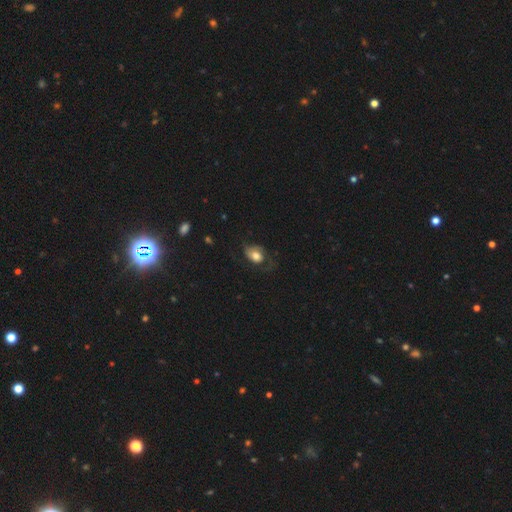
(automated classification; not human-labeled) Morphology: type=smooth (56%); roundness=in between (69%); merging=none (42%).